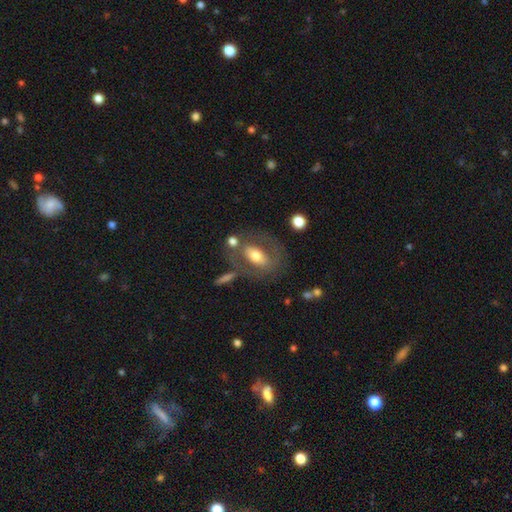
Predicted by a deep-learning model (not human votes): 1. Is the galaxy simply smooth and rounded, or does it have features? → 46% featured or disk (tied), 46% smooth (tied), 8% star or artifact.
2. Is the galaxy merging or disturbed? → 61% none, 16% minor disturbance, 13% major disturbance, 11% merger.